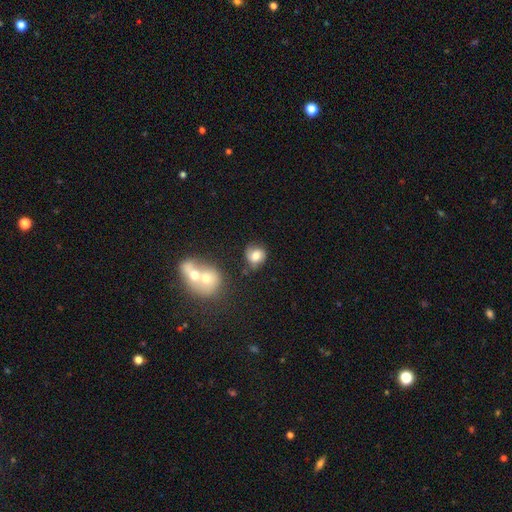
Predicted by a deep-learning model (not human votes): This is likely a smooth galaxy (69%). How rounded: likely round (75%). Merging: possibly none (59%).